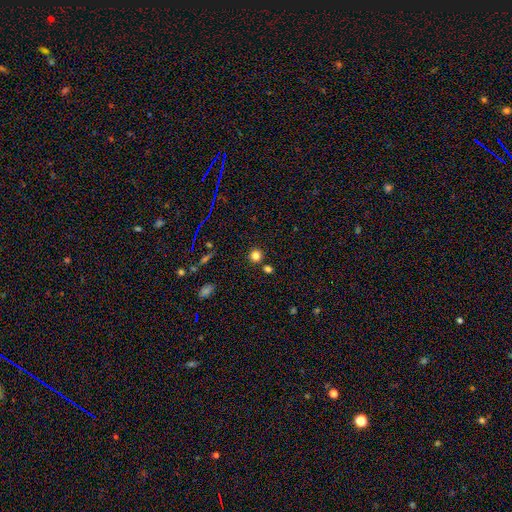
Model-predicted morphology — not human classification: This appears to be a smooth galaxy with no disk features (79%) that is round (92%). Merging: none (82%).